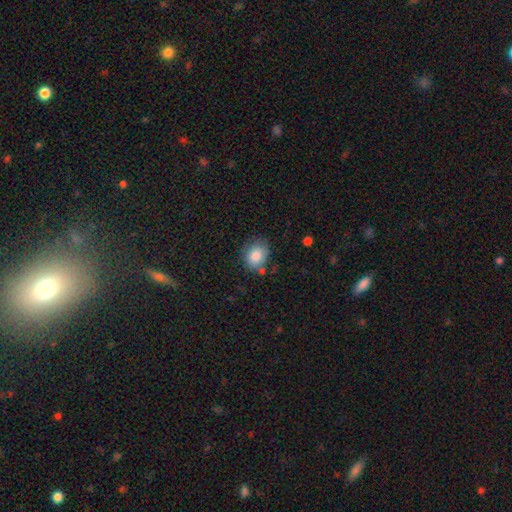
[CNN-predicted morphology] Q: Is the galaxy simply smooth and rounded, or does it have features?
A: smooth — 85%.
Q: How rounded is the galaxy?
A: round — 56%.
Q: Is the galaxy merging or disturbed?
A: none — 72%.